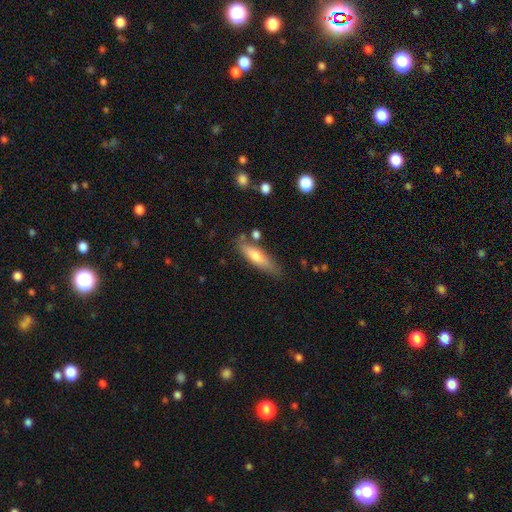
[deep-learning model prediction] Smooth or featured? smooth (62%)
How rounded? cigar-shaped (69%)
Merging? none (73%)